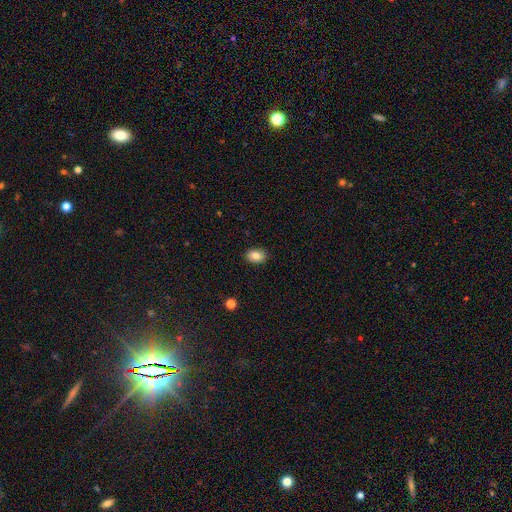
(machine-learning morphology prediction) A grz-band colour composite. It shows a smooth galaxy with no disk features (85%) that is in between round and cigar-shaped (79%). Merging: none (89%).